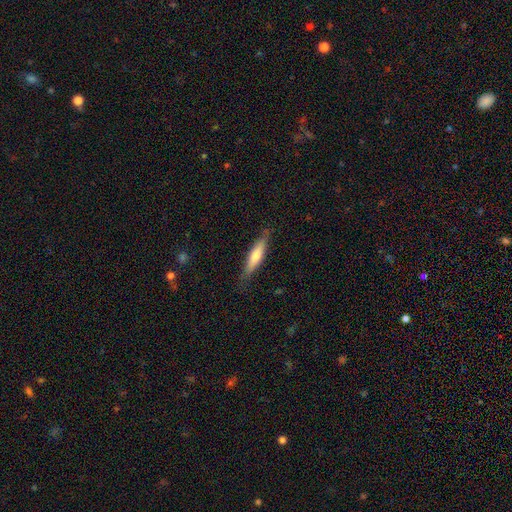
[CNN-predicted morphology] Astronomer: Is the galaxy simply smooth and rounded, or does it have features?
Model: smooth — 62%.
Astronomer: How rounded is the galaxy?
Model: cigar-shaped — 78%.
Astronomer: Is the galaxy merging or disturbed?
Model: none — 81%.